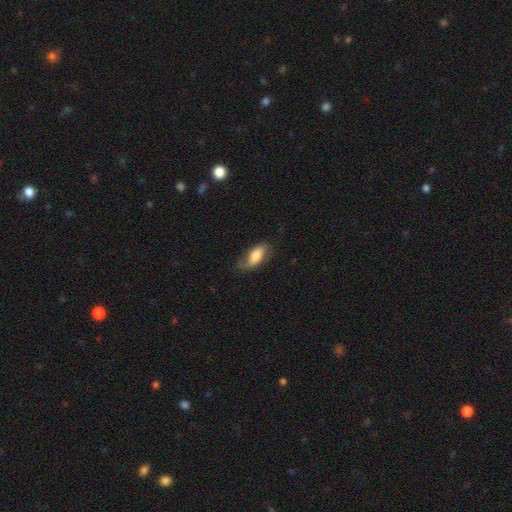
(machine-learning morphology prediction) Overall: smooth (65%; featured or disk 28%). How rounded: in between (85%). Merging: none (56%; minor disturbance 29%).